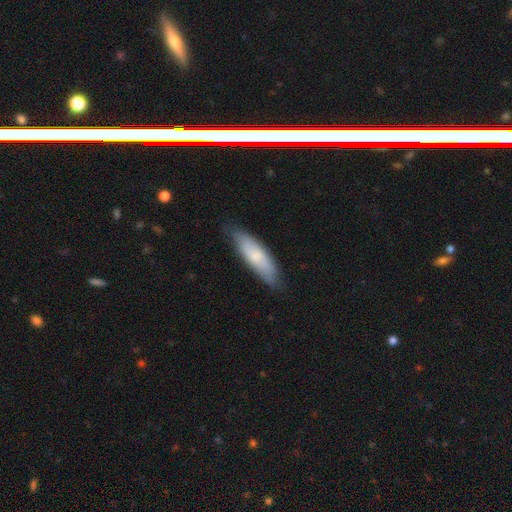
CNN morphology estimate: The model was most divided on "how rounded": cigar-shaped: 54%, in between: 44%, round: 1%. More confident: merging — none (75%); smooth or featured — smooth (73%).